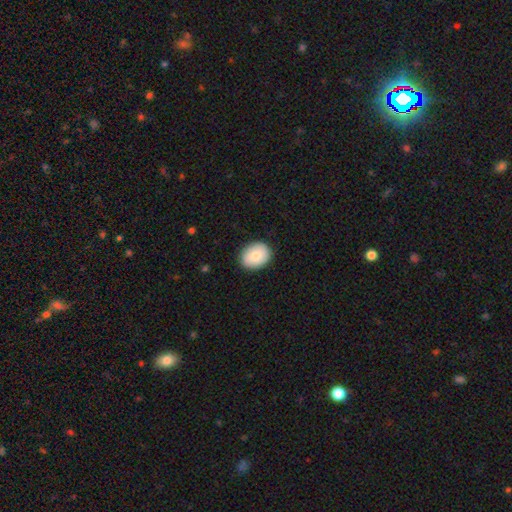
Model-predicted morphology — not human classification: A smooth galaxy with no disk features (83%) that is in between round and cigar-shaped (59%). Merging: none (87%).